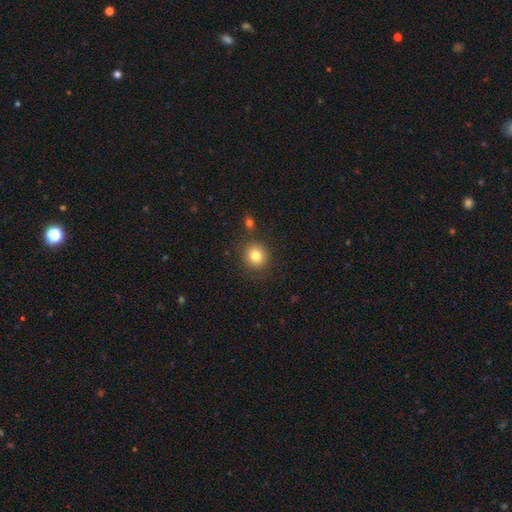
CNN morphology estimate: smooth-or-featured: smooth: 81% | star or artifact: 11% | featured or disk: 8%
  how-rounded: round: 87% | in between: 12% | cigar-shaped: 1%
  merging: none: 81% | minor disturbance: 10% | merger: 6% | major disturbance: 3%